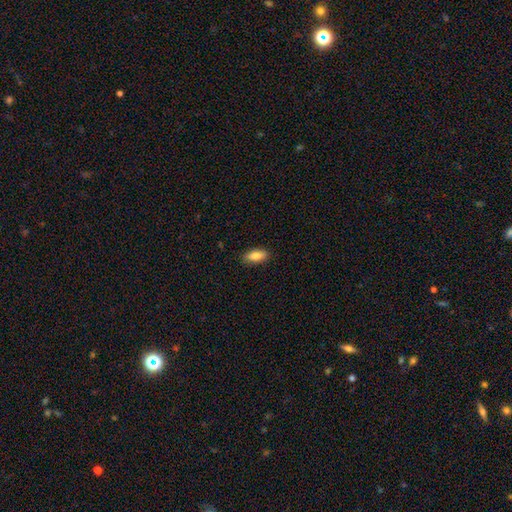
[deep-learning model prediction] smooth-or-featured: smooth: 84% | featured or disk: 9% | star or artifact: 7%
  how-rounded: in between: 80% | cigar-shaped: 17% | round: 2%
  merging: none: 88% | minor disturbance: 9% | major disturbance: 2% | merger: 1%